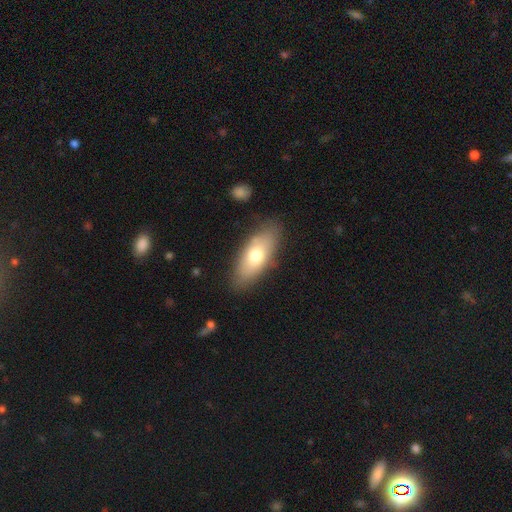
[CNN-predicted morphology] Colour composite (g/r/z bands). It shows a smooth galaxy with no disk features (69%) that is in between round and cigar-shaped (81%). Merging: none (81%).